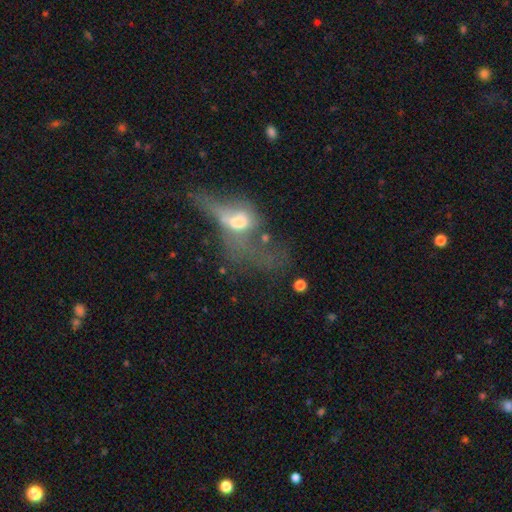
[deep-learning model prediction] Overall: featured or disk (52%; smooth 26%). Edge-on disk: no (63%; yes 37%). Merging: major disturbance (46%; none 28%).